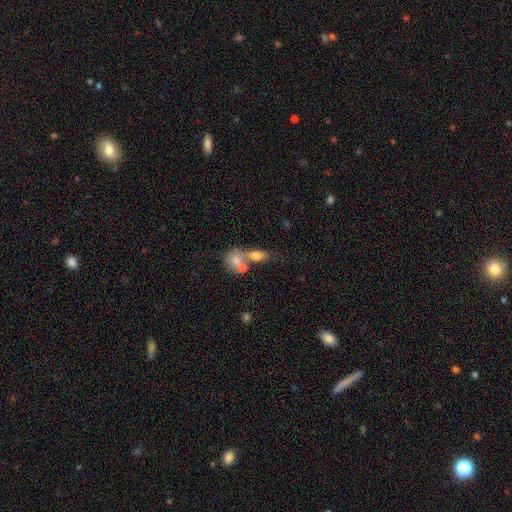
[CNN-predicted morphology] This appears to be a smooth galaxy with no disk features (70%) that is in between round and cigar-shaped (68%). Merging: merger (58%).